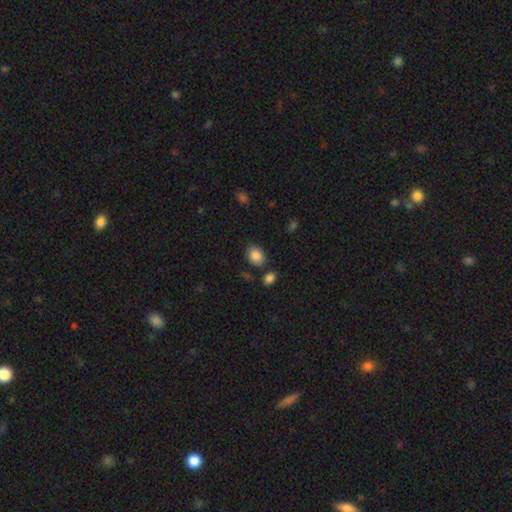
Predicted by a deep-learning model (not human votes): This appears to be a smooth galaxy with no disk features (86%) that is in between round and cigar-shaped (64%). Merging: none (79%).